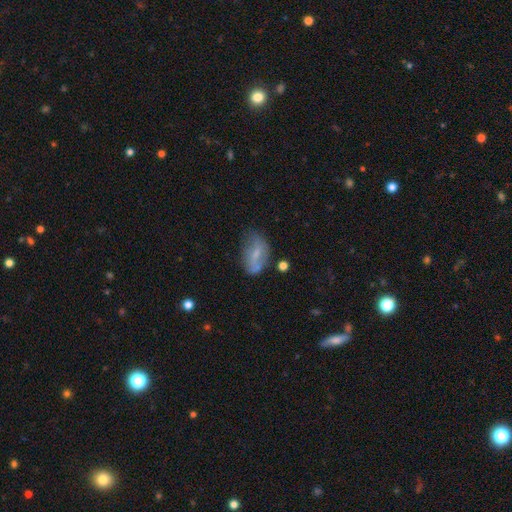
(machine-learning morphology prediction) This is possibly a smooth galaxy (54%). How rounded: clearly in between (87%). Merging: possibly none (52%).